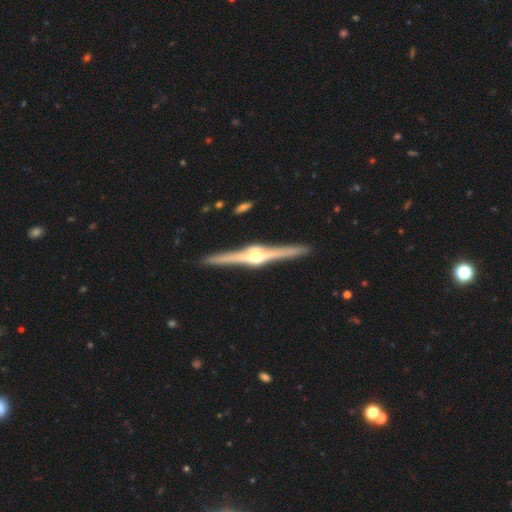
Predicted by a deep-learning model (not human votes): Smooth or featured? featured or disk (89%)
Edge-on disk? yes (98%)
Edge-on bulge? rounded (95%)
Merging? none (92%)